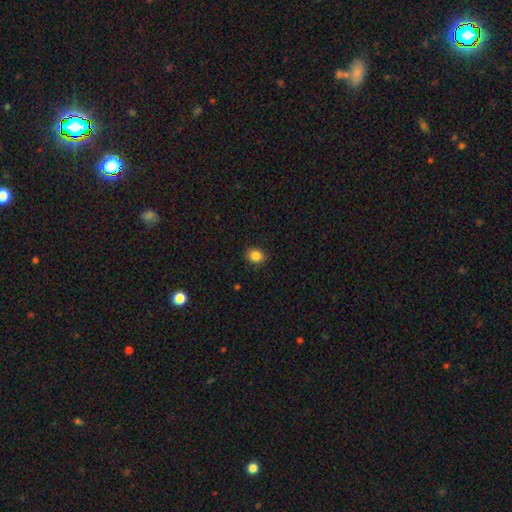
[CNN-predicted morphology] A smooth galaxy with no disk features (85%) that is round (55%). Merging: none (89%).